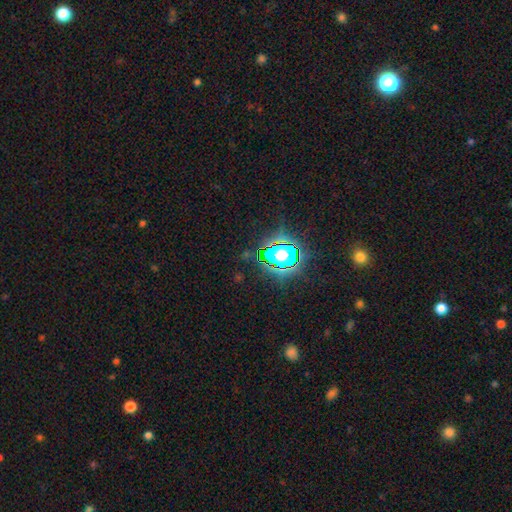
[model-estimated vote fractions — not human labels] Smooth or featured?
  - star or artifact: 78% *
  - smooth: 14%
  - featured or disk: 9%